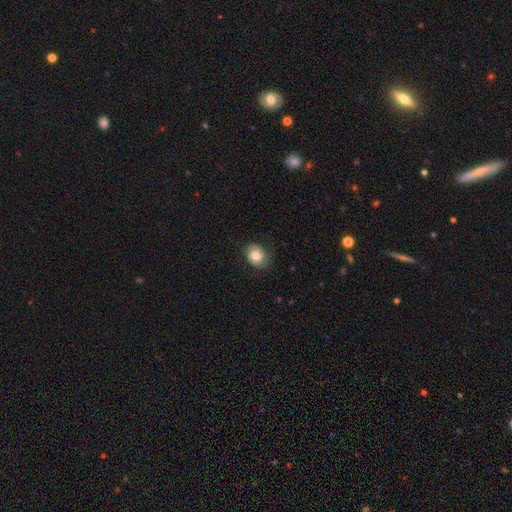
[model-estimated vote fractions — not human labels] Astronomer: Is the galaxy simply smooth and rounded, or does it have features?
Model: smooth — 79%.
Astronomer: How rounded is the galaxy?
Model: round — 52% (runner-up: in between, 48%).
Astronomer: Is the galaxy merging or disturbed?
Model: none — 79%.